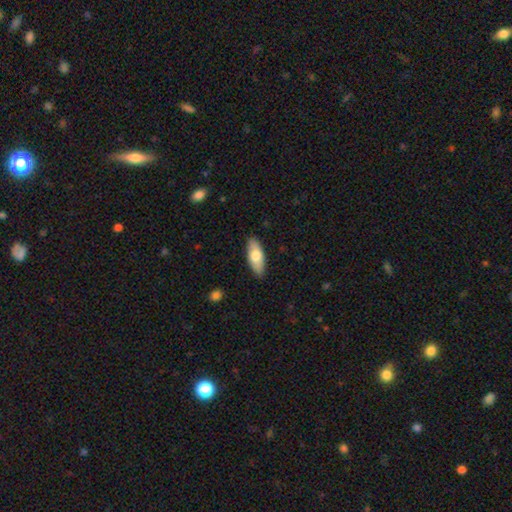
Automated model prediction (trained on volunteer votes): This is likely a smooth galaxy (72%). How rounded: likely in between (75%). Merging: clearly none (88%).